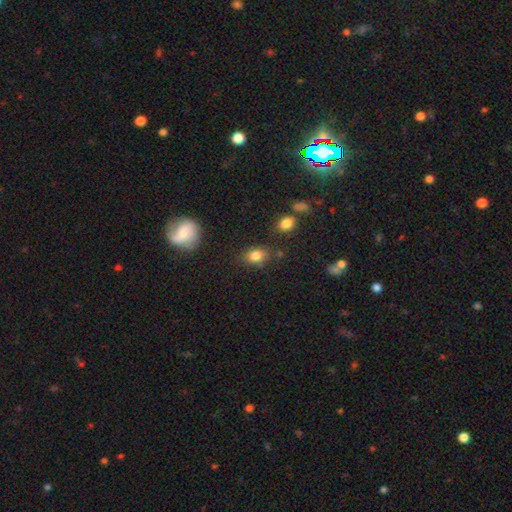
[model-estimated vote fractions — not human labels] Smooth or featured? Predicted: smooth (p=0.82). How rounded? Predicted: in between (p=0.67). Merging? Predicted: none (p=0.74).